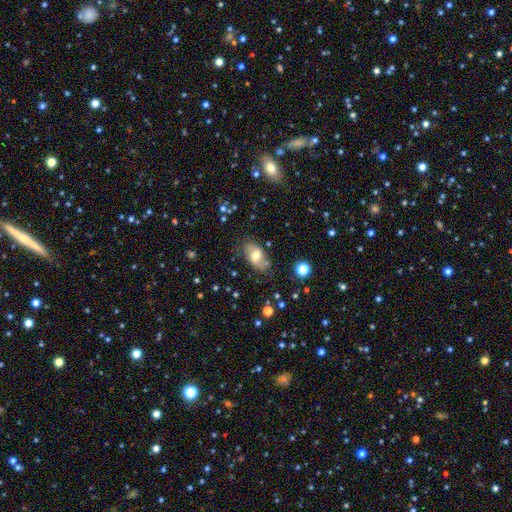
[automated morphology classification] Smooth or featured? Predicted: smooth (p=0.48). Merging? Predicted: none (p=0.68).